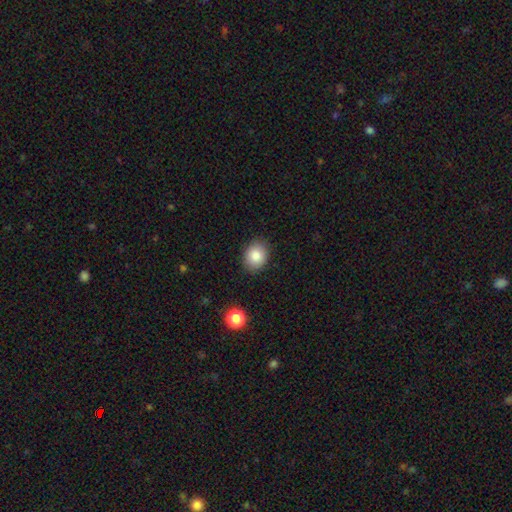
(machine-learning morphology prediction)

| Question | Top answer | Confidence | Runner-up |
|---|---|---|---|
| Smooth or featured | smooth | 85% | star or artifact (9%) |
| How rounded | round | 50% | in between (49%) |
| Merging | none | 87% | minor disturbance (9%) |